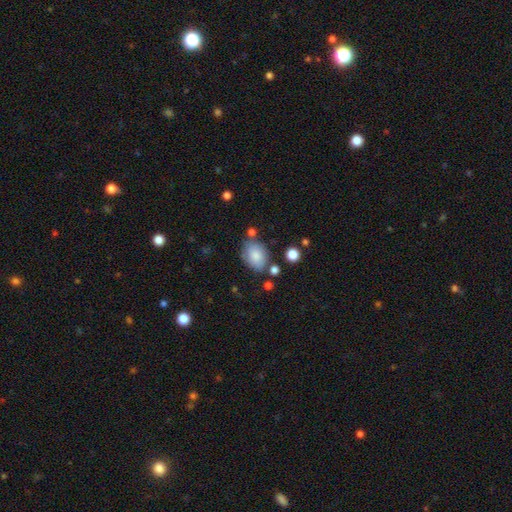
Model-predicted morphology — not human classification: type=smooth (83%); roundness=in between (75%); merging=none (70%).